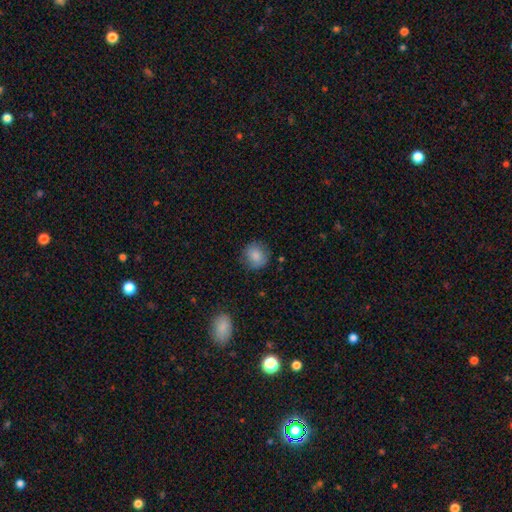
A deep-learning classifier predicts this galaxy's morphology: A smooth galaxy with no disk features (84%) that is round (89%). Merging: none (81%).